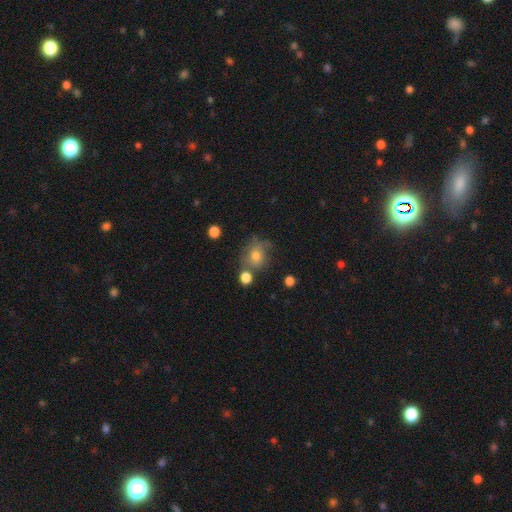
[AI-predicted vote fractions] Smooth or featured? smooth (64%)
How rounded? round (72%)
Merging? none (50%)